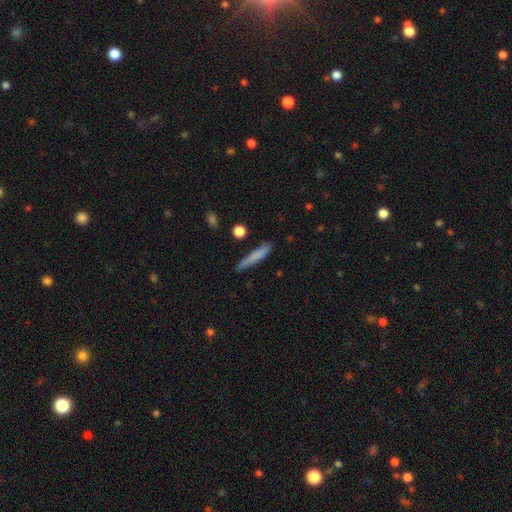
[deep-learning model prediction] Smooth or featured?
  - smooth: 74% *
  - featured or disk: 19%
  - star or artifact: 7%
How rounded?
  - cigar-shaped: 92% *
  - in between: 6%
  - round: 2%
Merging?
  - none: 78% *
  - minor disturbance: 16%
  - major disturbance: 3%
  - merger: 3%